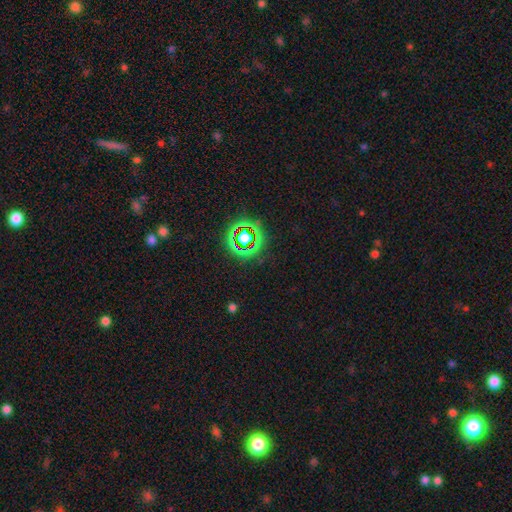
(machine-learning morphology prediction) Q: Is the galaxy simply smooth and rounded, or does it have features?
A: star or artifact — 76%.